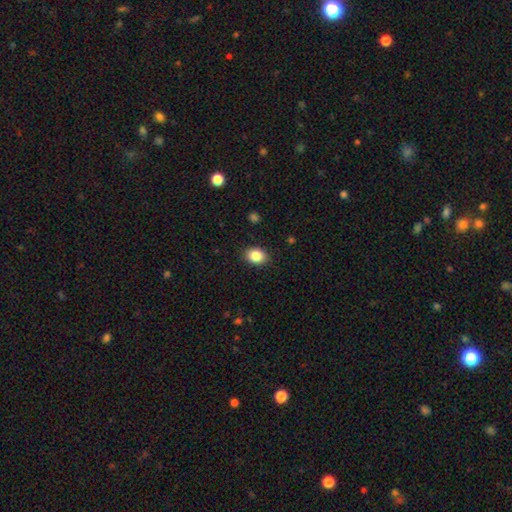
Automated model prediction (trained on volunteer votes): smooth-or-featured: smooth: 86% | star or artifact: 9% | featured or disk: 5%
  how-rounded: in between: 64% | round: 35% | cigar-shaped: 1%
  merging: none: 89% | minor disturbance: 8% | major disturbance: 2% | merger: 1%